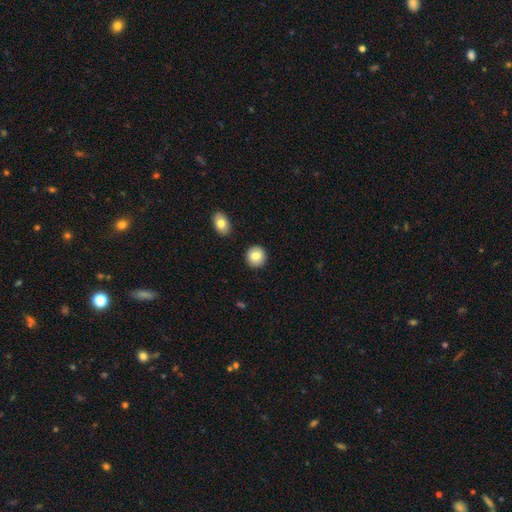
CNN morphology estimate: Overall: smooth (83%). How rounded: round (87%). Merging: none (90%).